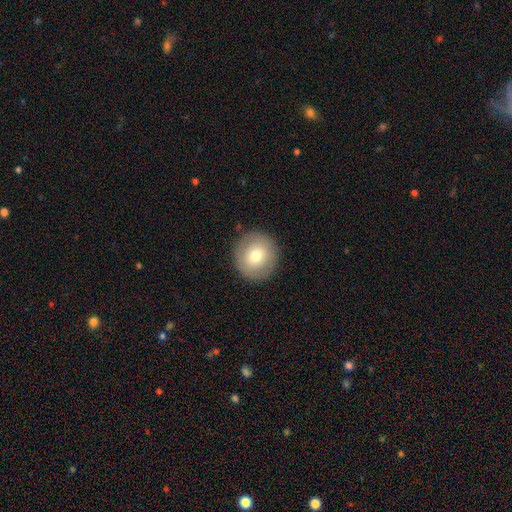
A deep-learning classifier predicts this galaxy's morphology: smooth_or_featured: smooth (p=0.70) [alt: featured or disk p=0.22]
how_rounded: round (p=0.91) [alt: in between p=0.08]
merging: none (p=0.89) [alt: minor disturbance p=0.07]